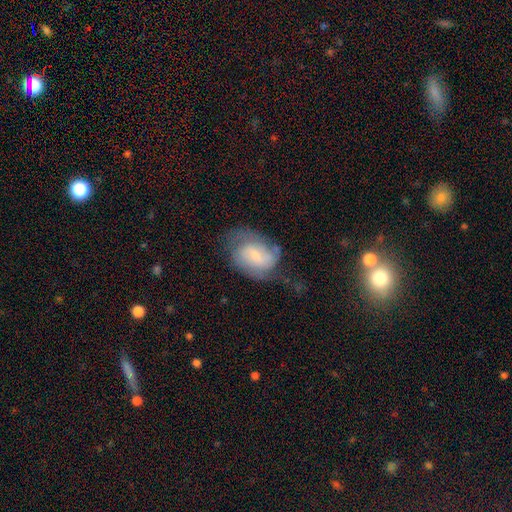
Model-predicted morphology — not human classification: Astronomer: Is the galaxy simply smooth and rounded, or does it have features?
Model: featured or disk — 64%.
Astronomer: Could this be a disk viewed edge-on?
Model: no — 96%.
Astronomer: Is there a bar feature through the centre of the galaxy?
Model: weak — 48% (runner-up: no, 38%).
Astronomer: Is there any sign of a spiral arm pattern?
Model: yes — 86%.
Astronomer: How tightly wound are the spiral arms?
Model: medium — 45% (runner-up: tight, 31%).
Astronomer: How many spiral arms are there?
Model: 2 — 64%.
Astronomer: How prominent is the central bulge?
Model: small — 62%.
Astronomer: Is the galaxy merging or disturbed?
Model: none — 45% (runner-up: minor disturbance, 27%).